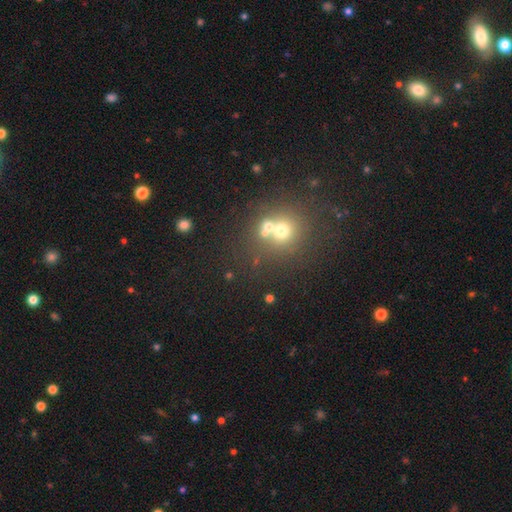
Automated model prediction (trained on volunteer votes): smooth-or-featured: smooth: 47% | star or artifact: 42% | featured or disk: 11%
  merging: none: 61% | merger: 26% | minor disturbance: 9% | major disturbance: 5%